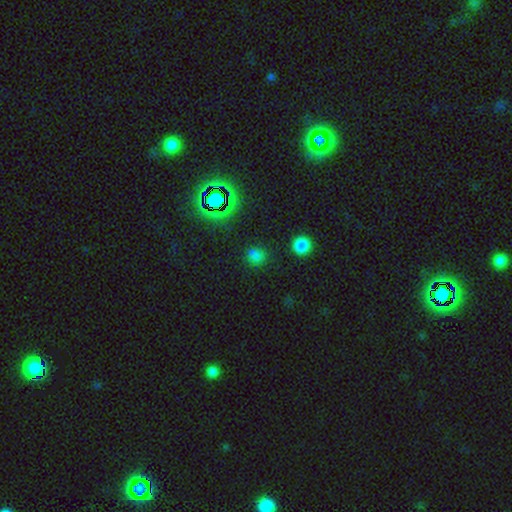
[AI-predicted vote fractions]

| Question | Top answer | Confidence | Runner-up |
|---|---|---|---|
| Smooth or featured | smooth | 64% | star or artifact (31%) |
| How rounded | round | 86% | in between (12%) |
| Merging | none | 85% | minor disturbance (9%) |